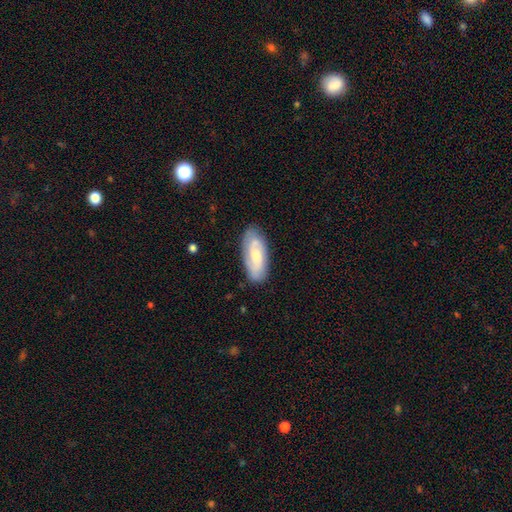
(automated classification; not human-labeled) featured or disk 50%, smooth 43%, star or artifact 6%. Down the decision tree: edge-on disk — no (90%); merging — none (79%).